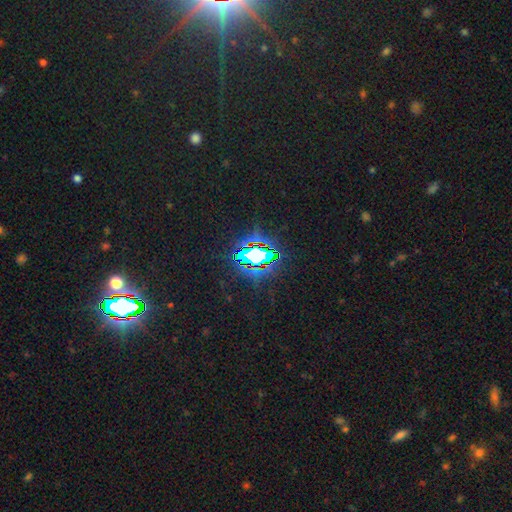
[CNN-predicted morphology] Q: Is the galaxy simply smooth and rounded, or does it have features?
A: star or artifact — 74%.